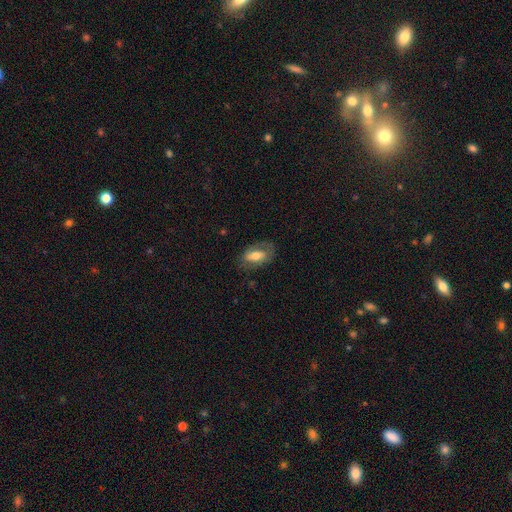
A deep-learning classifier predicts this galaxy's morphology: Smooth or featured: smooth — 50% (featured or disk — 43%)
Merging: none — 68% (minor disturbance — 20%)